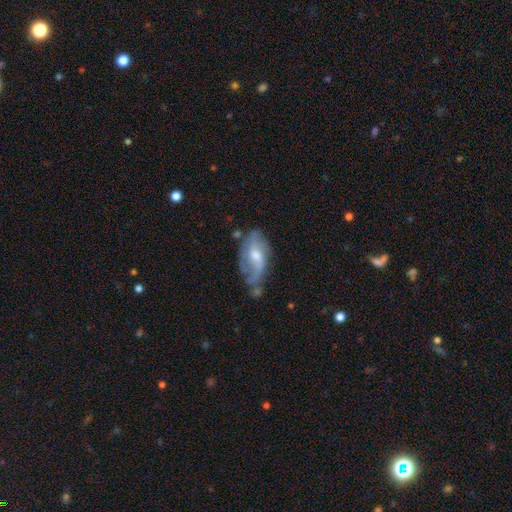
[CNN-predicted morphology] The model was most divided on "bar": no: 46%, weak: 43%, strong: 10%. Remaining: edge-on disk — no (91%); spiral arms — yes (84%); smooth or featured — featured or disk (70%); bulge size — moderate (59%); spiral arm count — 2 (57%); merging — none (49%); spiral winding — loose (45%).